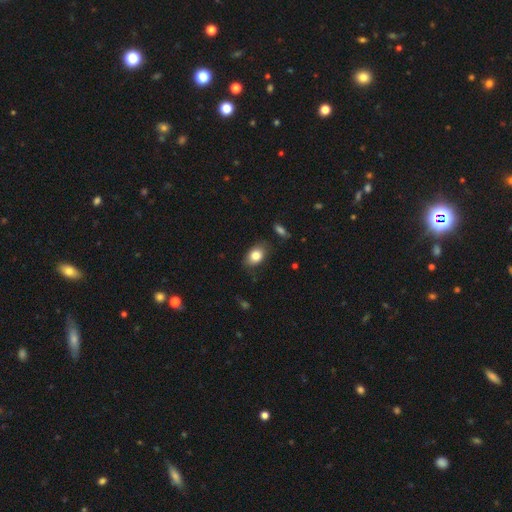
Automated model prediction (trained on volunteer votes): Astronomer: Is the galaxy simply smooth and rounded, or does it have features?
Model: smooth — 82%.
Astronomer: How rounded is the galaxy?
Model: in between — 83%.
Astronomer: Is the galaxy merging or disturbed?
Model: none — 79%.